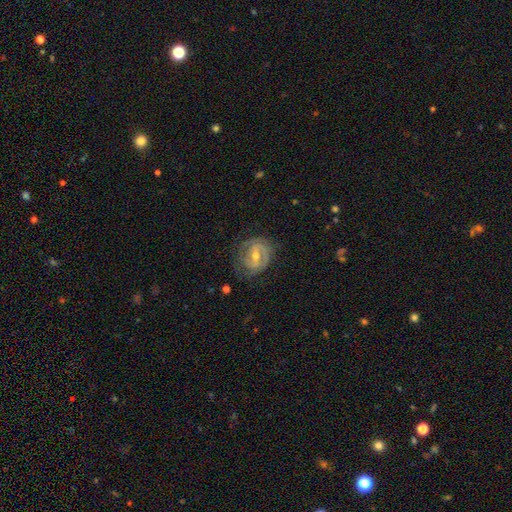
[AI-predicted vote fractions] Q: Smooth or featured?
A: featured or disk (80%); runner-up: smooth (13%)
Q: Edge-on disk?
A: no (96%); runner-up: yes (4%)
Q: Bar?
A: weak (46%); runner-up: strong (32%)
Q: Spiral arms?
A: yes (88%); runner-up: no (12%)
Q: Spiral winding?
A: tight (55%); runner-up: medium (34%)
Q: Spiral arm count?
A: 2 (59%); runner-up: can't tell (22%)
Q: Bulge size?
A: moderate (54%); runner-up: small (42%)
Q: Merging?
A: none (73%); runner-up: minor disturbance (18%)